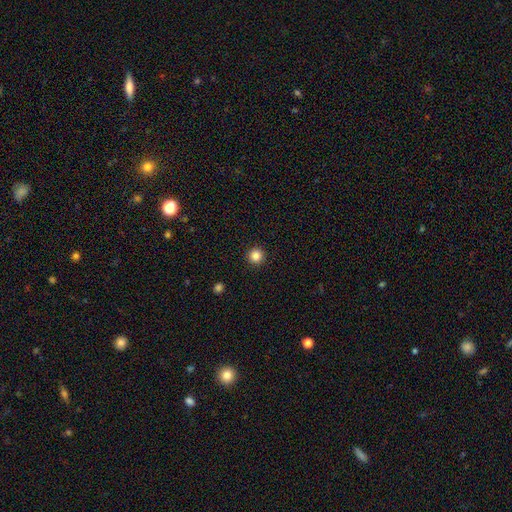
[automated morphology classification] This appears to be a smooth galaxy with no disk features (85%) that is round (96%). Merging: none (93%).